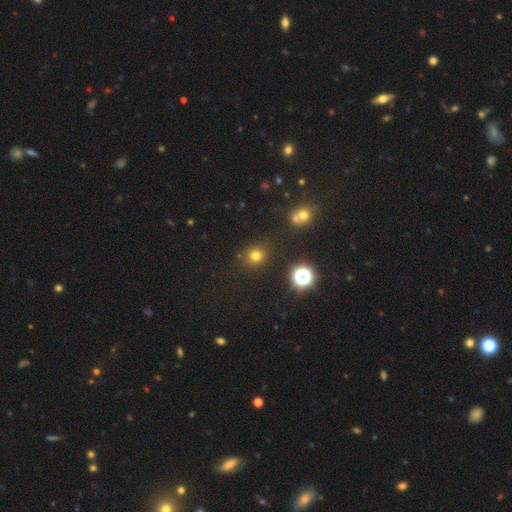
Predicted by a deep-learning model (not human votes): A smooth galaxy with no disk features (72%) that is round (88%). Merging: none (85%).